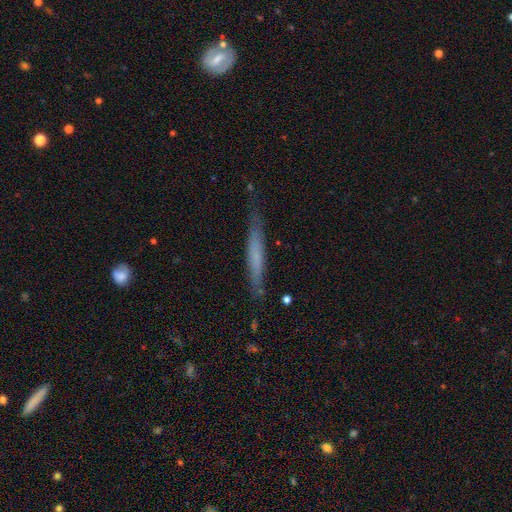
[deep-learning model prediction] smooth_or_featured: smooth (p=0.52) [alt: featured or disk p=0.41]
how_rounded: cigar-shaped (p=0.95) [alt: in between p=0.04]
merging: none (p=0.78) [alt: minor disturbance p=0.17]